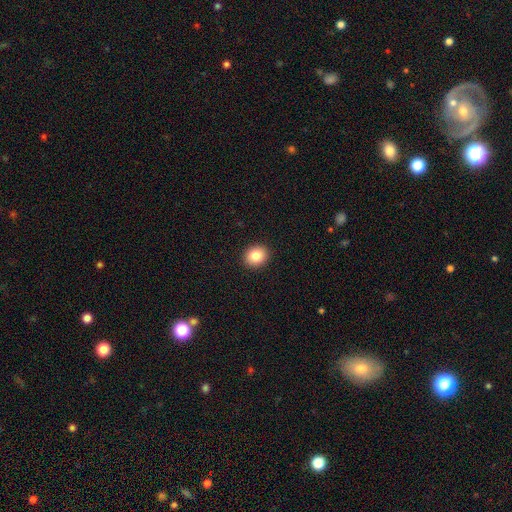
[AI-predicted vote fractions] Morphology: type=smooth (85%); roundness=round (65%); merging=none (92%).